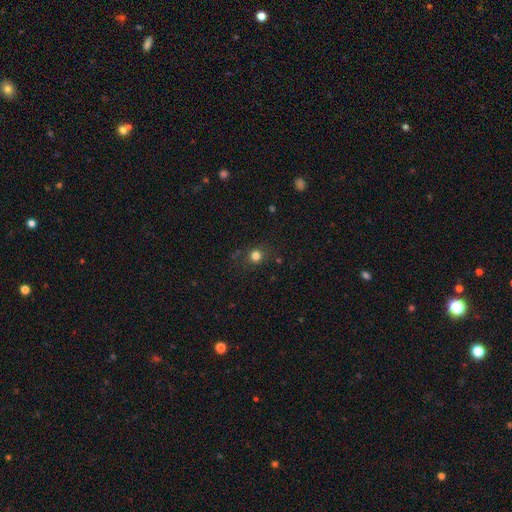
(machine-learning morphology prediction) This appears to be a smooth galaxy with no disk features (79%) that is round (89%). Merging: none (86%).